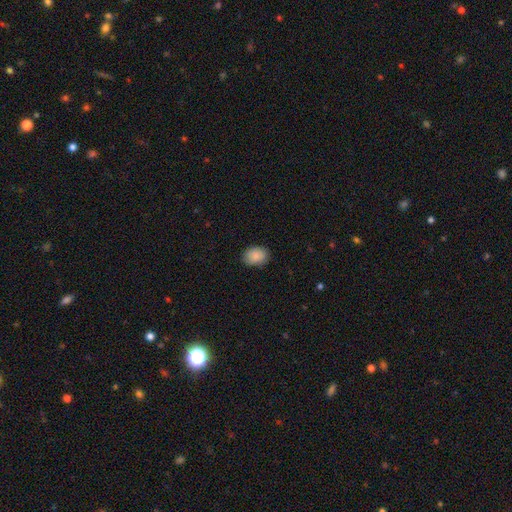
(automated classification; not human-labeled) The model was most divided on "how rounded": in between: 70%, round: 29%, cigar-shaped: 1%. More confident: smooth or featured — smooth (88%); merging — none (87%).